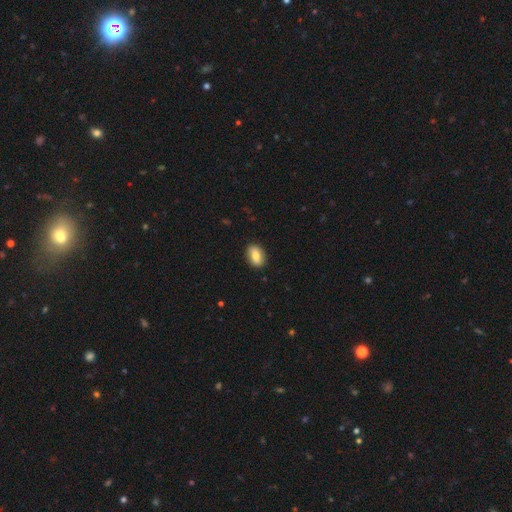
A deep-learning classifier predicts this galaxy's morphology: Smooth or featured: smooth — 74% (featured or disk — 18%)
How rounded: in between — 81% (round — 16%)
Merging: none — 87% (minor disturbance — 10%)